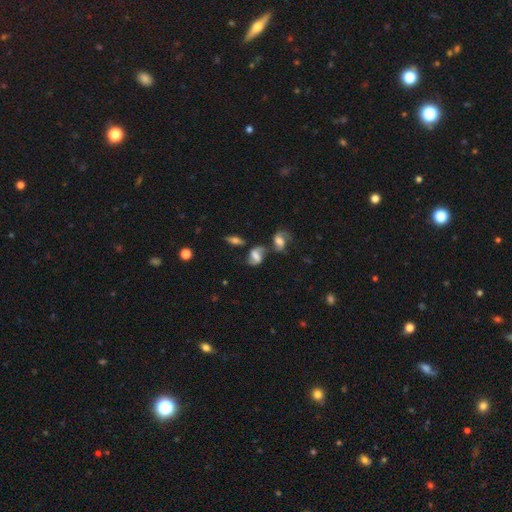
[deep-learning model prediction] This appears to be a featured or disk galaxy (56%) with a weak bar (43%), spiral arms (85%) and a moderate central bulge (36%). Merging: none (47%).